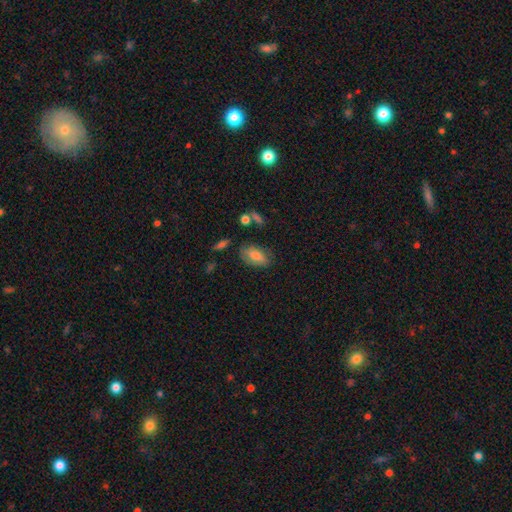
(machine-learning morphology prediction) A smooth galaxy with no disk features (75%) that is in between round and cigar-shaped (90%). Merging: none (72%).